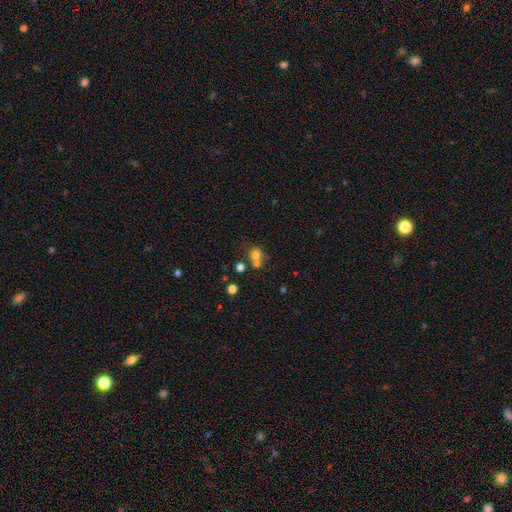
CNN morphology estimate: A smooth galaxy with no disk features (73%) that is round (78%).

Vote fractions:
- Smooth or featured? smooth: 73% / star or artifact: 15% / featured or disk: 12%
- How rounded? round: 78% / in between: 21% / cigar-shaped: 1%
- Merging? none: 44% / merger: 42% / minor disturbance: 9% / major disturbance: 5%